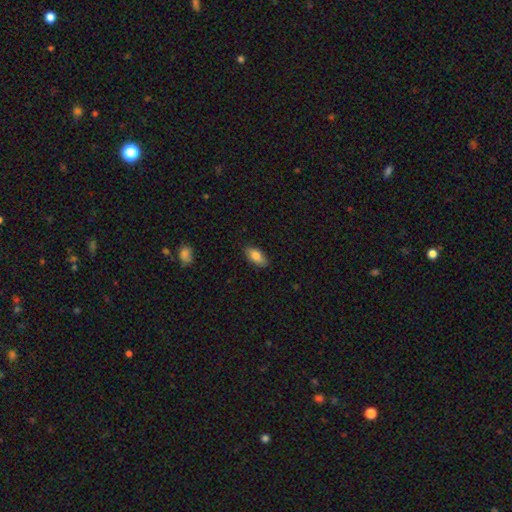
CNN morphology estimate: A smooth galaxy with no disk features (81%) that is in between round and cigar-shaped (88%). Merging: none (83%).